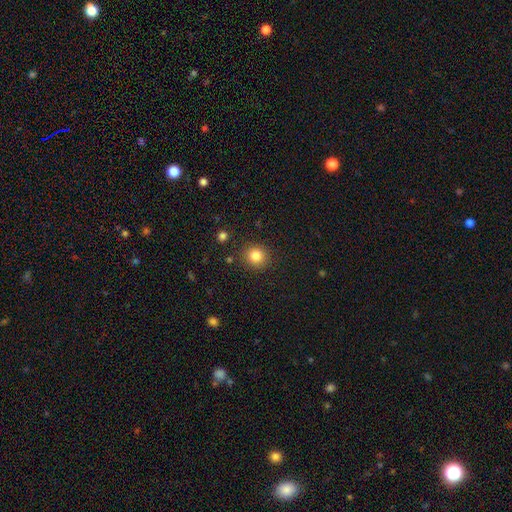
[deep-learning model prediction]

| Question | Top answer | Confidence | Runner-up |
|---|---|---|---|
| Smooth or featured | smooth | 83% | star or artifact (11%) |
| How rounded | round | 87% | in between (12%) |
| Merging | none | 88% | minor disturbance (7%) |